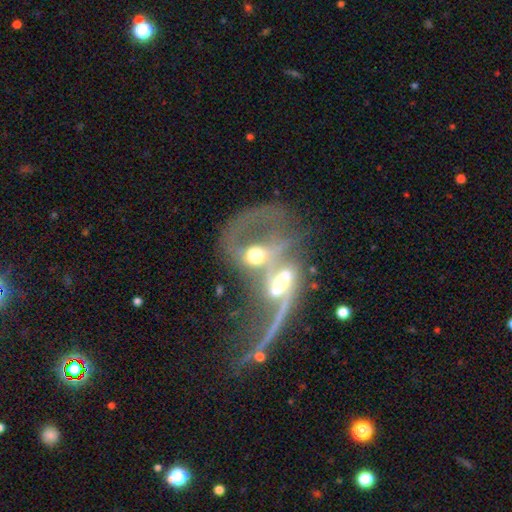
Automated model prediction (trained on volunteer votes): A featured or disk galaxy (64%) with no bar (56%), spiral arms (61%) and a moderate central bulge (57%). Merging: merger (77%).